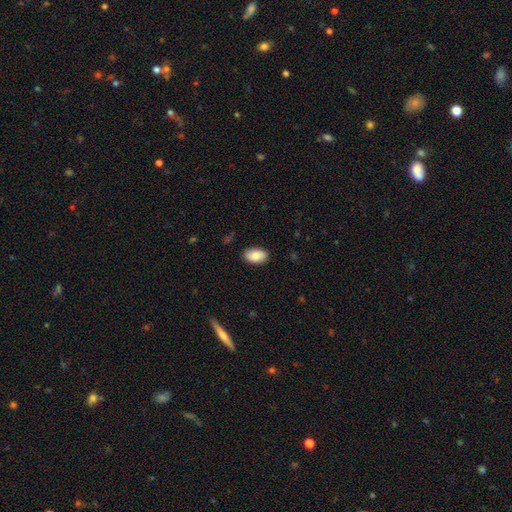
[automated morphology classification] Overall: smooth (83%). How rounded: in between (94%). Merging: none (86%).